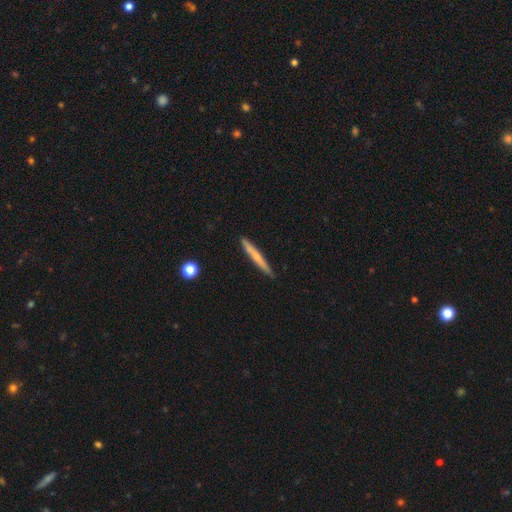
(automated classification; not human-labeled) This appears to be a smooth galaxy with no disk features (55%) that is cigar-shaped (96%). Merging: none (89%).